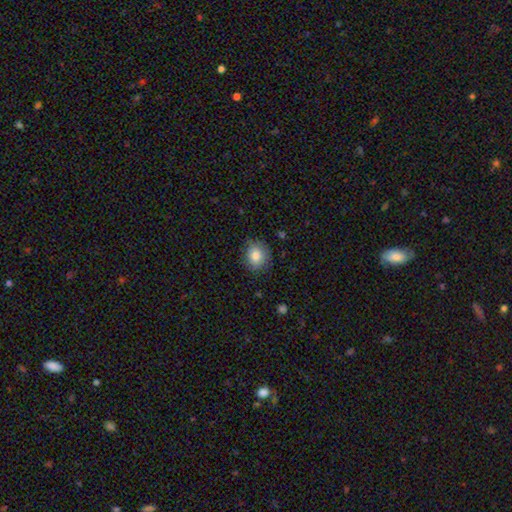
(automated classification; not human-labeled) This appears to be a smooth galaxy with no disk features (81%) that is round (68%). Merging: none (79%).